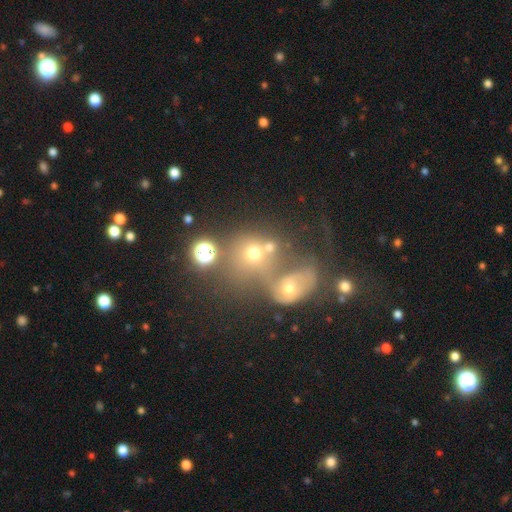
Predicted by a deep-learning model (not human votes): Smooth or featured: smooth — 42% (star or artifact — 33%)
Merging: merger — 61% (none — 26%)